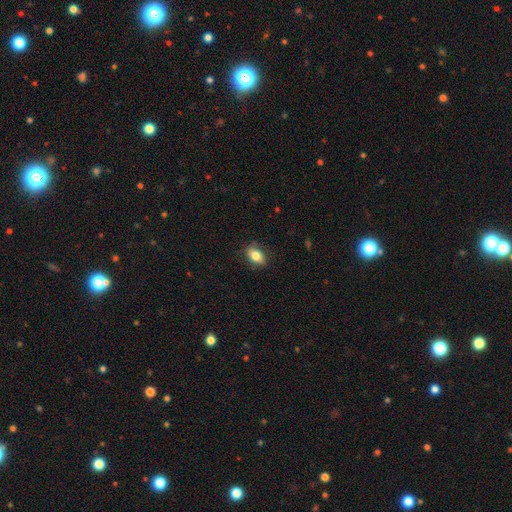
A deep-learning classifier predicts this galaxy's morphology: This appears to be a smooth galaxy with no disk features (80%) that is in between round and cigar-shaped (85%). Merging: none (80%).